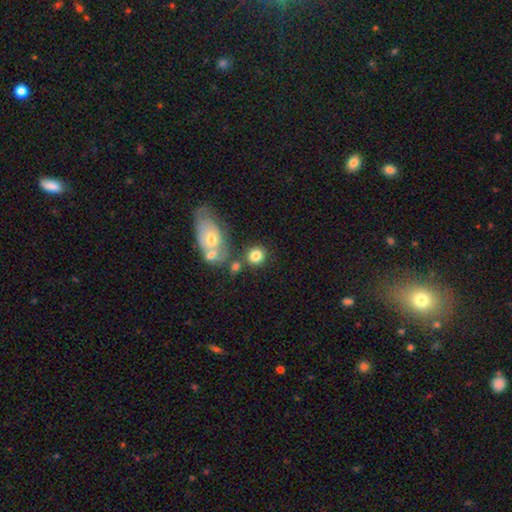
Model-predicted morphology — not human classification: smooth-or-featured: smooth: 80% | featured or disk: 10% | star or artifact: 10%
  how-rounded: round: 76% | in between: 22% | cigar-shaped: 1%
  merging: none: 63% | merger: 19% | minor disturbance: 12% | major disturbance: 6%